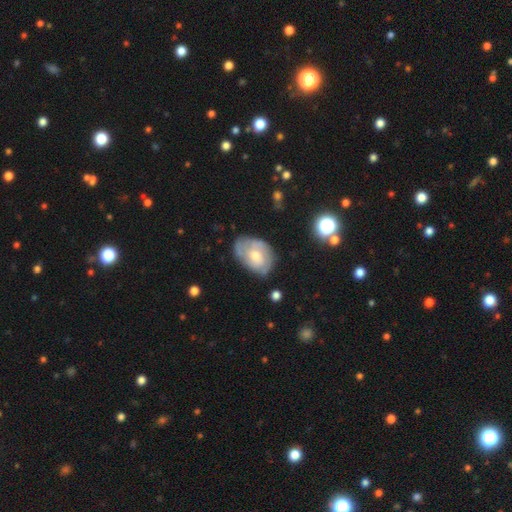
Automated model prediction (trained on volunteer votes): The model was most divided on "smooth or featured": featured or disk: 55%, smooth: 39%, star or artifact: 7%. More confident: edge-on disk — no (96%); bar — no (75%); spiral arms — yes (65%); merging — none (59%); bulge size — moderate (58%).